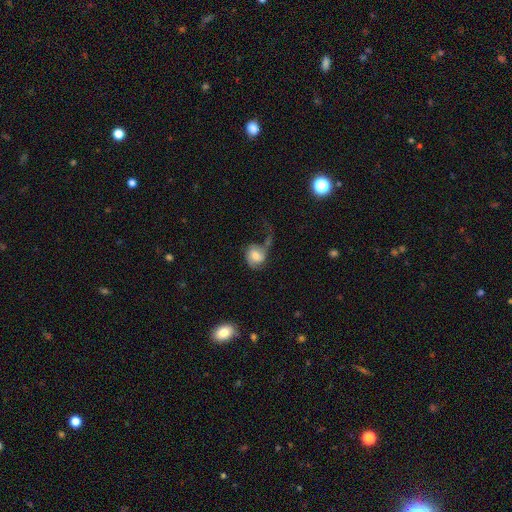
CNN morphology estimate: A featured or disk galaxy (53%) with no bar (56%), spiral arms (84%) and a moderate central bulge (49%). Merging: major disturbance (46%).